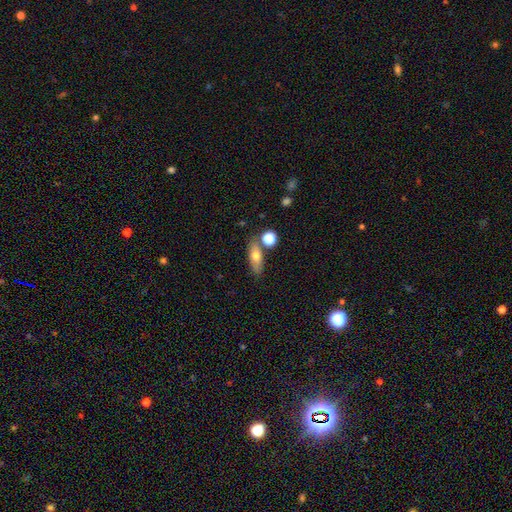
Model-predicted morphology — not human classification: smooth_or_featured: smooth (p=0.67) [alt: featured or disk p=0.24]
how_rounded: in between (p=0.67) [alt: cigar-shaped p=0.26]
merging: none (p=0.70) [alt: merger p=0.13]